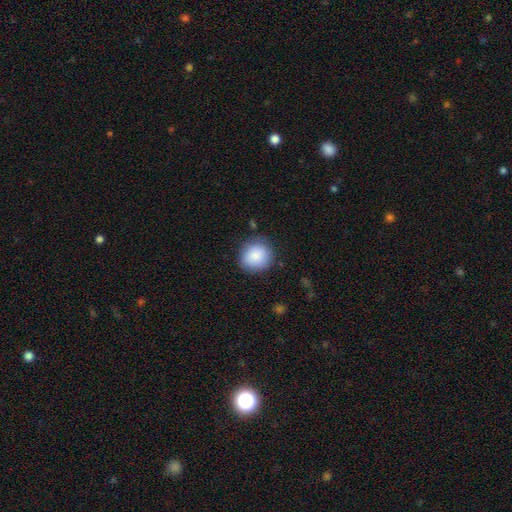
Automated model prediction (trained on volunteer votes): This appears to be a smooth galaxy with no disk features (87%) that is round (83%). Merging: none (82%).